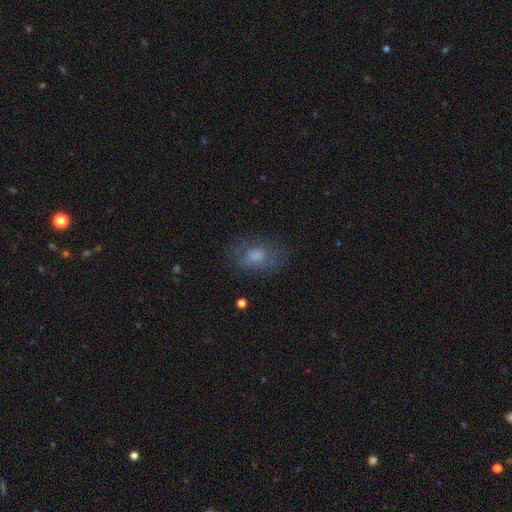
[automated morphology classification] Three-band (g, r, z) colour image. It shows a smooth galaxy with no disk features (62%) that is in between round and cigar-shaped (75%). Merging: none (72%).